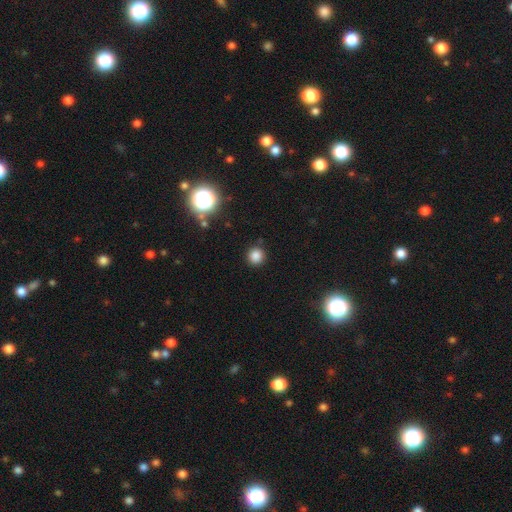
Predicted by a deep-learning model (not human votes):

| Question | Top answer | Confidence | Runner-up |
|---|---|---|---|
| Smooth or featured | smooth | 82% | star or artifact (14%) |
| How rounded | round | 93% | in between (6%) |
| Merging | none | 89% | minor disturbance (7%) |